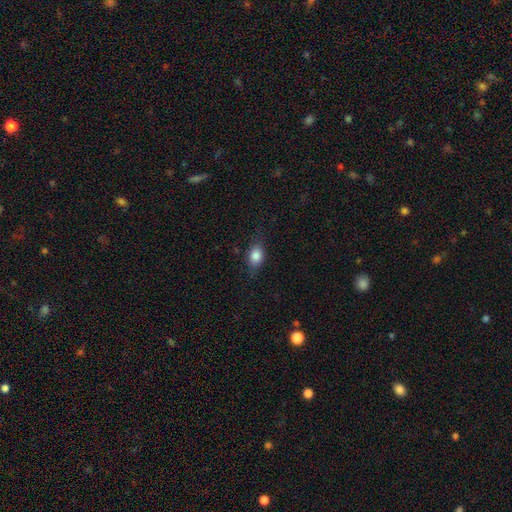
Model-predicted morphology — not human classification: smooth 80%, featured or disk 12%, star or artifact 9%. Down the decision tree: how rounded — in between (72%); merging — none (75%).